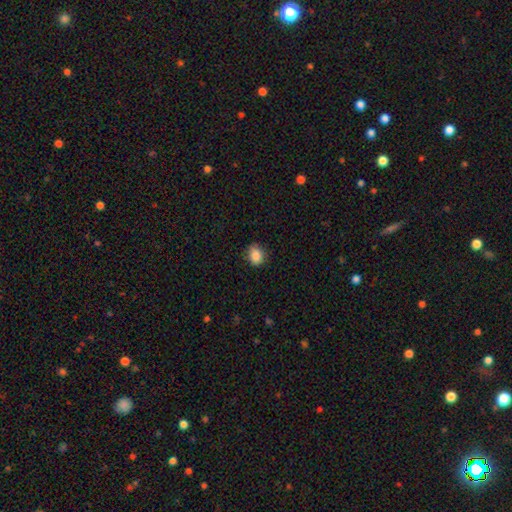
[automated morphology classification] Smooth or featured: smooth — 87% (star or artifact — 9%)
How rounded: in between — 51% (round — 48%)
Merging: none — 78% (minor disturbance — 18%)